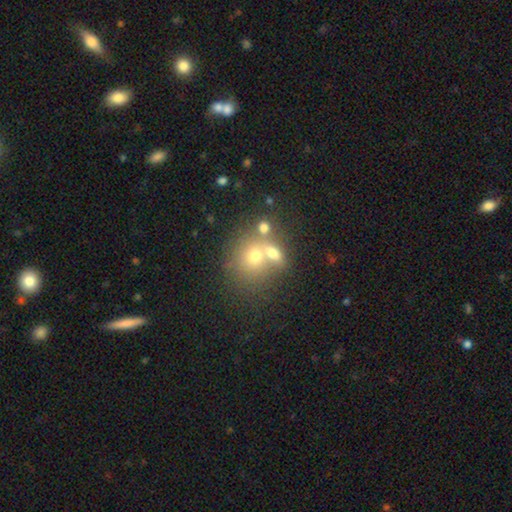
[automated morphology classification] Smooth or featured? Predicted: smooth (p=0.63). How rounded? Predicted: round (p=0.74). Merging? Predicted: merger (p=0.51).